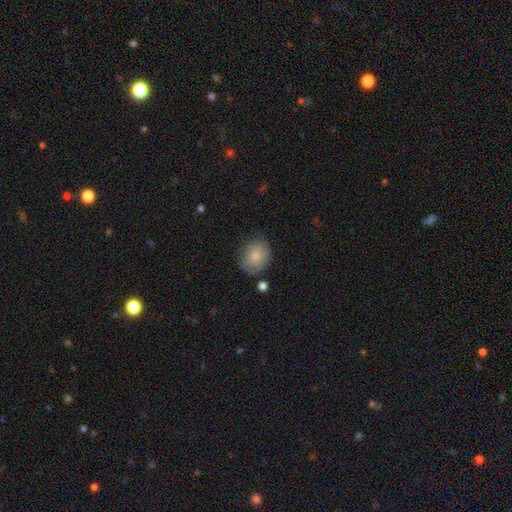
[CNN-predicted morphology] Q: Smooth or featured?
A: smooth (78%); runner-up: featured or disk (15%)
Q: How rounded?
A: round (57%); runner-up: in between (42%)
Q: Merging?
A: none (66%); runner-up: minor disturbance (24%)